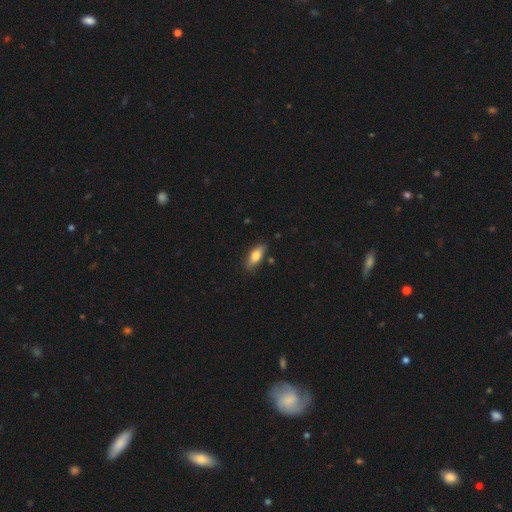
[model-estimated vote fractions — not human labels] Smooth or featured? smooth (74%)
How rounded? in between (72%)
Merging? none (82%)